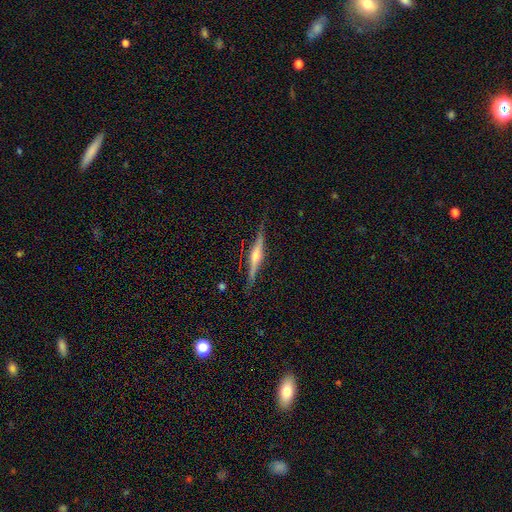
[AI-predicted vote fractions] smooth_or_featured: featured or disk (p=0.79) [alt: smooth p=0.15]
disk_edge_on: yes (p=0.98) [alt: no p=0.02]
edge_on_bulge: rounded (p=0.88) [alt: boxy p=0.08]
merging: none (p=0.86) [alt: minor disturbance p=0.11]